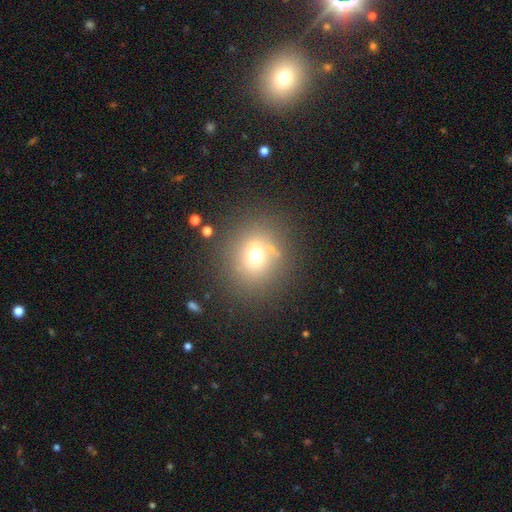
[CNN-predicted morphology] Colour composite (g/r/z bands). It shows a smooth galaxy with no disk features (64%) that is round (81%). Merging: none (73%).